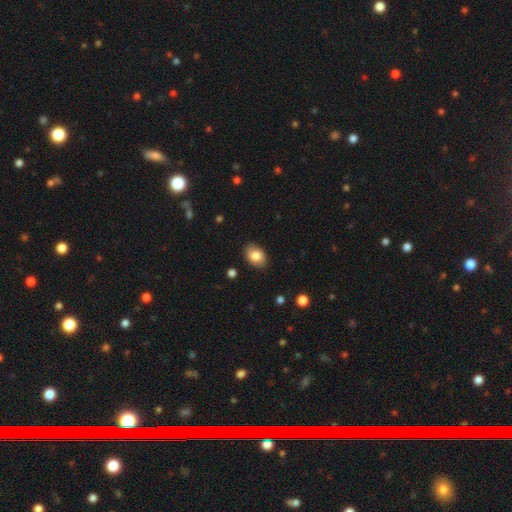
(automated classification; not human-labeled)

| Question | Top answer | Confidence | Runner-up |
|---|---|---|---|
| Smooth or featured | smooth | 83% | featured or disk (10%) |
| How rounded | in between | 79% | round (20%) |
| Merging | none | 87% | minor disturbance (10%) |